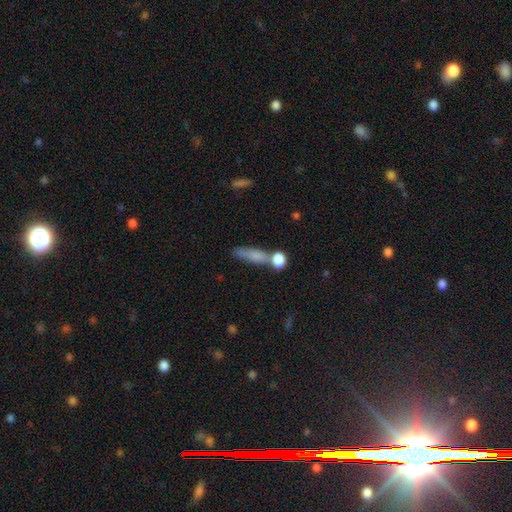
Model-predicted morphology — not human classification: smooth-or-featured: smooth: 74% | featured or disk: 16% | star or artifact: 10%
  how-rounded: cigar-shaped: 50% | in between: 38% | round: 12%
  merging: none: 47% | merger: 28% | minor disturbance: 16% | major disturbance: 9%